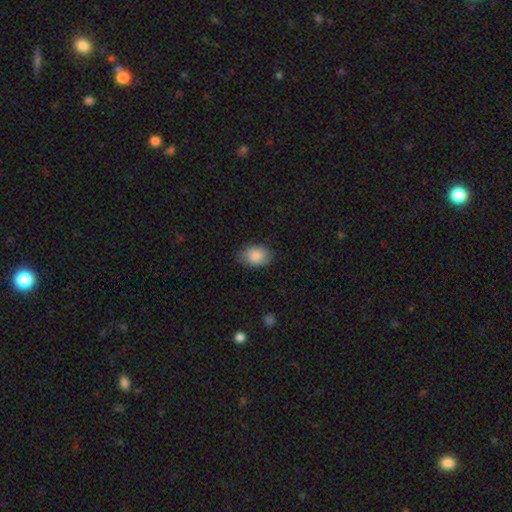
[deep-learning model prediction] Overall: smooth (87%). How rounded: in between (81%). Merging: none (82%).